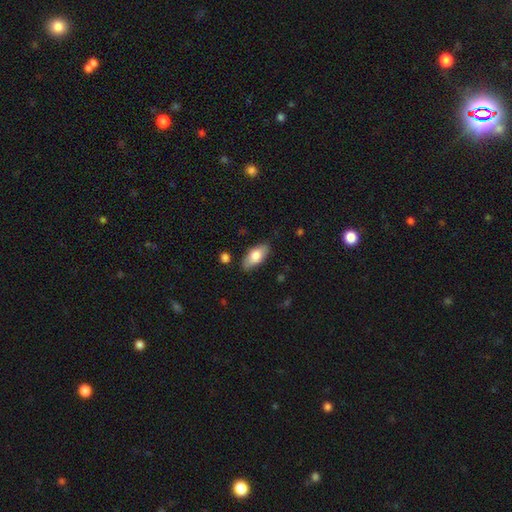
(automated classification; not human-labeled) This is likely a smooth galaxy (73%). How rounded: clearly in between (88%). Merging: likely none (80%).